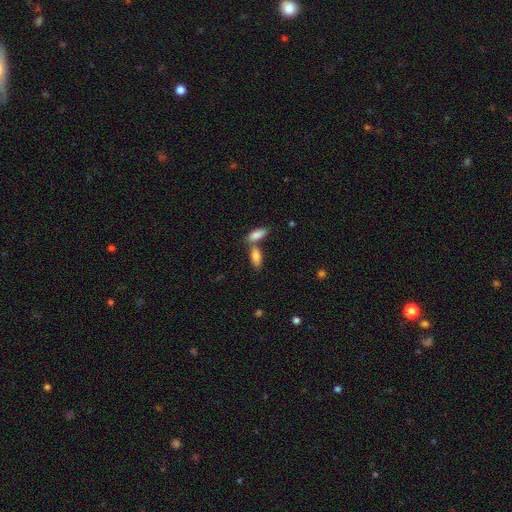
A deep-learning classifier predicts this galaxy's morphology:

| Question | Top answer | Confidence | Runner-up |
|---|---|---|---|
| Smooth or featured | smooth | 84% | featured or disk (10%) |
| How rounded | in between | 81% | cigar-shaped (16%) |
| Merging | none | 46% | merger (42%) |